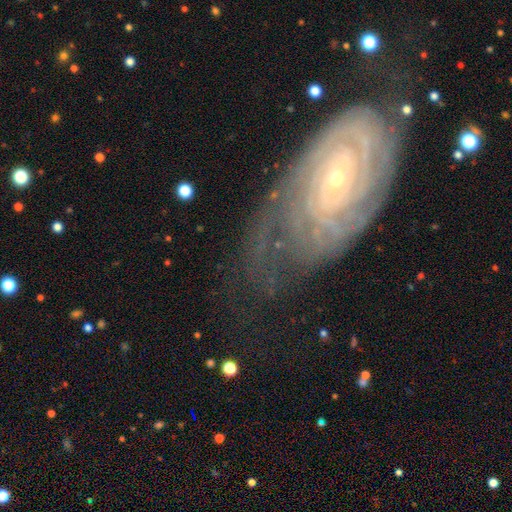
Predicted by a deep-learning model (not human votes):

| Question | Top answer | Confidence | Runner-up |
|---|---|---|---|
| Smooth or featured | featured or disk | 85% | star or artifact (8%) |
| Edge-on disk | no | 95% | yes (5%) |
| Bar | no | 69% | weak (22%) |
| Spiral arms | yes | 97% | no (3%) |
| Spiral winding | tight | 83% | medium (14%) |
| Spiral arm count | can't tell | 34% | 2 (19%) |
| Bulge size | small | 80% | moderate (17%) |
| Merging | none | 64% | minor disturbance (21%) |